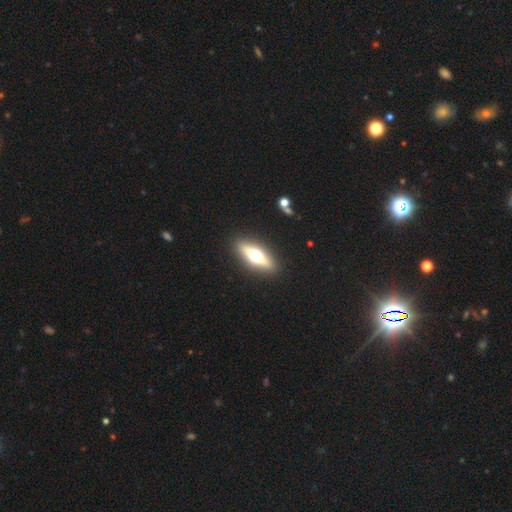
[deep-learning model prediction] The model was most divided on "smooth or featured": featured or disk: 56%, smooth: 37%, star or artifact: 7%. More confident: merging — none (90%); edge-on disk — yes (87%).